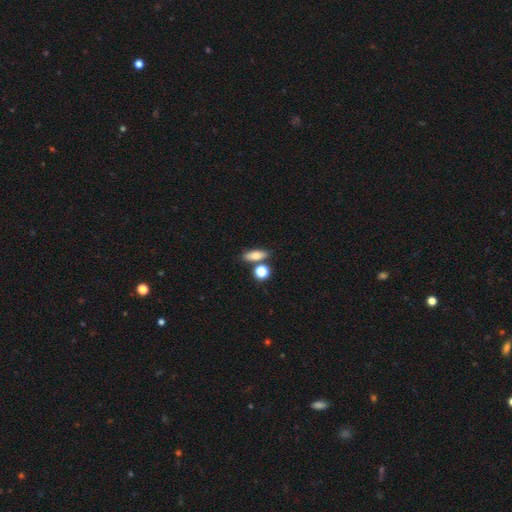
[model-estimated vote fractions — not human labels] This appears to be a smooth galaxy with no disk features (75%) that is in between round and cigar-shaped (64%). Merging: none (71%).